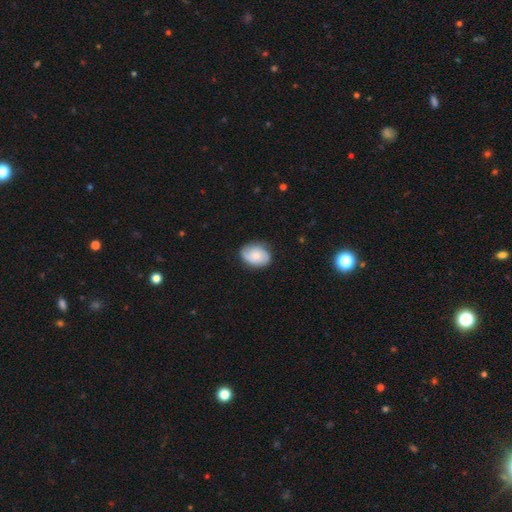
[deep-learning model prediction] Smooth or featured?
  - smooth: 56% *
  - featured or disk: 37%
  - star or artifact: 7%
How rounded?
  - in between: 69% *
  - round: 30%
  - cigar-shaped: 1%
Merging?
  - none: 79% *
  - minor disturbance: 17%
  - major disturbance: 4%
  - merger: 1%